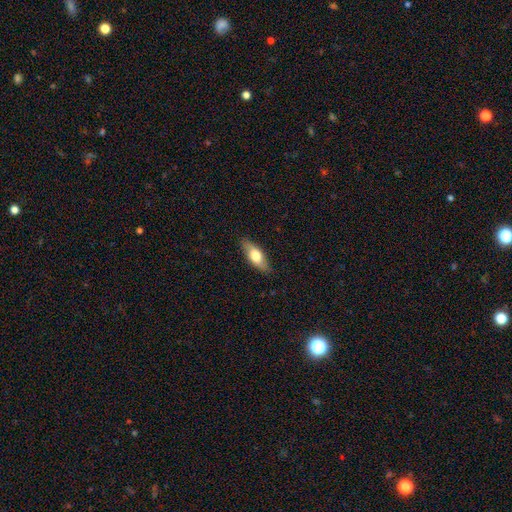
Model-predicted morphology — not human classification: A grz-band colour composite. It shows a smooth galaxy with no disk features (66%) that is in between round and cigar-shaped (75%). Merging: none (85%).